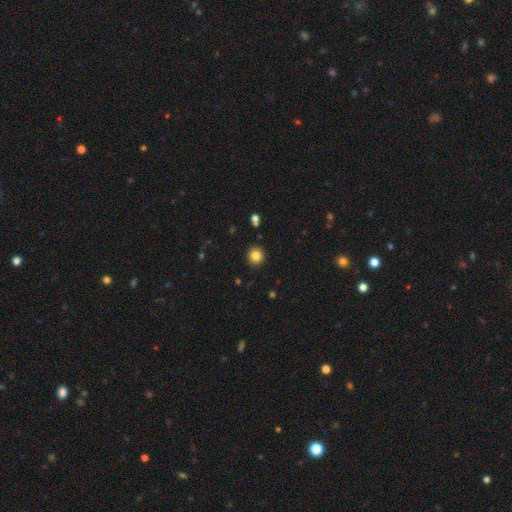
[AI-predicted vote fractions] Smooth or featured? Predicted: smooth (p=0.83). How rounded? Predicted: round (p=0.91). Merging? Predicted: none (p=0.91).